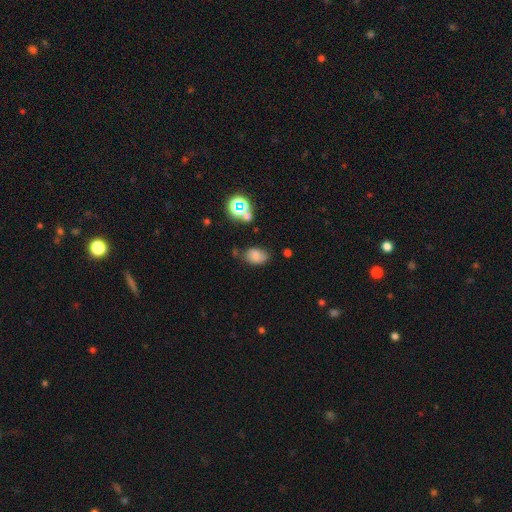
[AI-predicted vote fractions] smooth-or-featured: smooth: 74% | star or artifact: 15% | featured or disk: 10%
  how-rounded: in between: 83% | round: 16% | cigar-shaped: 1%
  merging: none: 69% | minor disturbance: 21% | major disturbance: 5% | merger: 5%